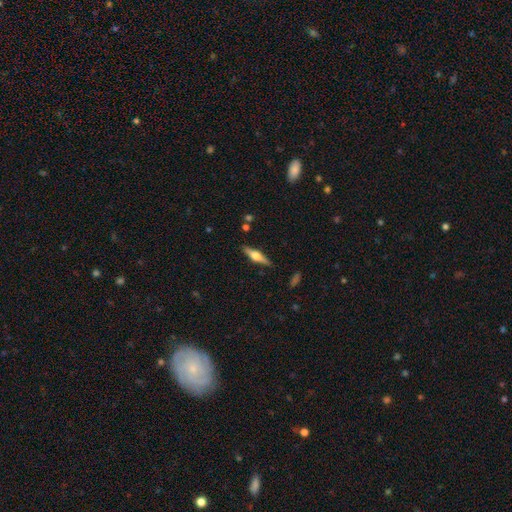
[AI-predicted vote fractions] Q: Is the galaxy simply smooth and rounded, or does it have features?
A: featured or disk — 61%.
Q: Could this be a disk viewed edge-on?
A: yes — 96%.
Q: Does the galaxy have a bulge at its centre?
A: rounded — 93%.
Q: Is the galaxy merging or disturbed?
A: none — 88%.